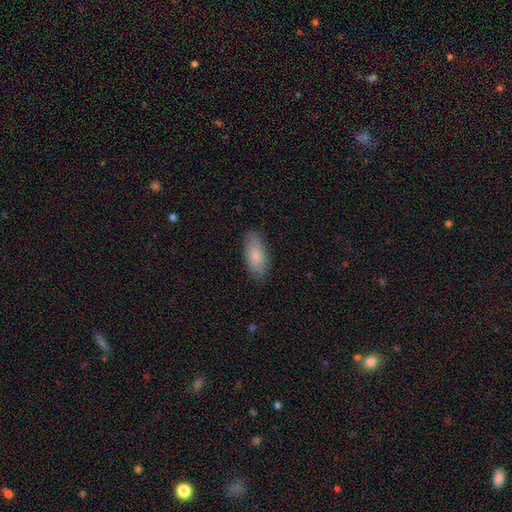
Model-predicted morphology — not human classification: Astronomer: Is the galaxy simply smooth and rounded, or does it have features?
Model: smooth — 78%.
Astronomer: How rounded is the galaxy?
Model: in between — 85%.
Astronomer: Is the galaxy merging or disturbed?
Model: none — 83%.